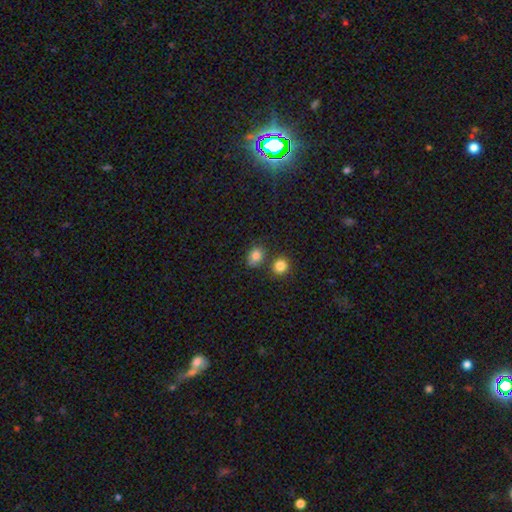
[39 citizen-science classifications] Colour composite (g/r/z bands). It shows a smooth galaxy with no disk features (90%) that is in between round and cigar-shaped (54%). Merging: none (71%).